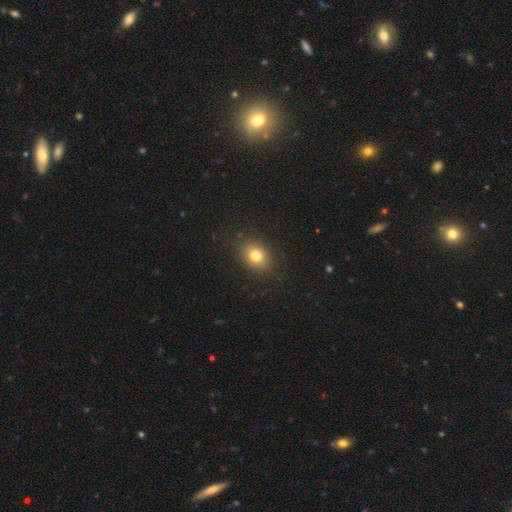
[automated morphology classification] smooth 78%, star or artifact 12%, featured or disk 10%. Down the decision tree: how rounded — in between (62%); merging — none (86%).